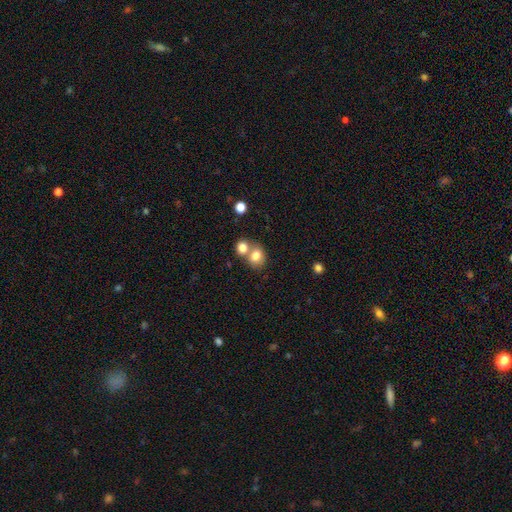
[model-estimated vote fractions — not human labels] Morphology: type=smooth (79%); roundness=round (54%); merging=merger (51%).